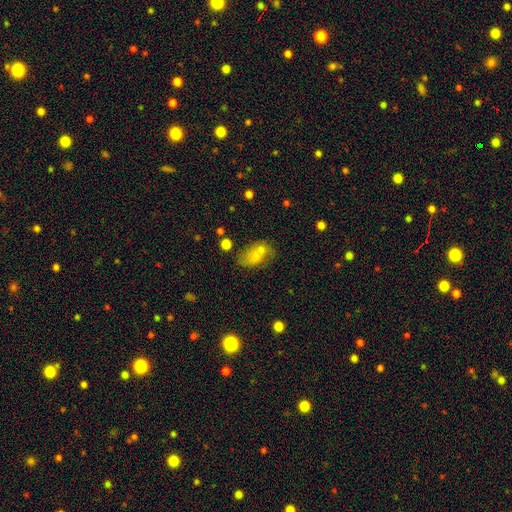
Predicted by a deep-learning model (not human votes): Smooth or featured: smooth — 63% (featured or disk — 24%)
How rounded: in between — 84% (round — 13%)
Merging: none — 45% (merger — 32%)